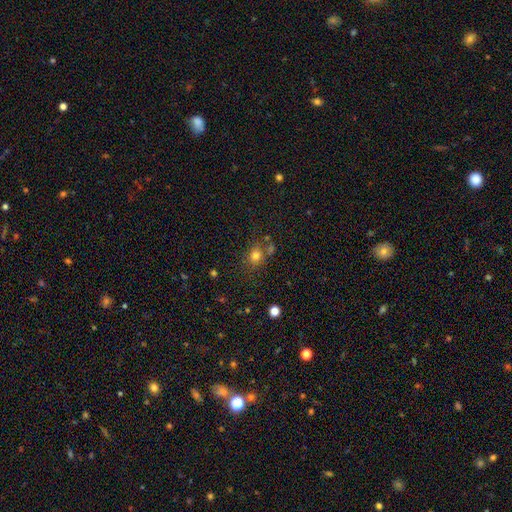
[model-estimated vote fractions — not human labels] A smooth galaxy with no disk features (75%) that is round (70%).

Vote fractions:
- Smooth or featured? smooth: 75% / star or artifact: 16% / featured or disk: 9%
- How rounded? round: 70% / in between: 29% / cigar-shaped: 1%
- Merging? none: 65% / merger: 15% / minor disturbance: 15% / major disturbance: 6%